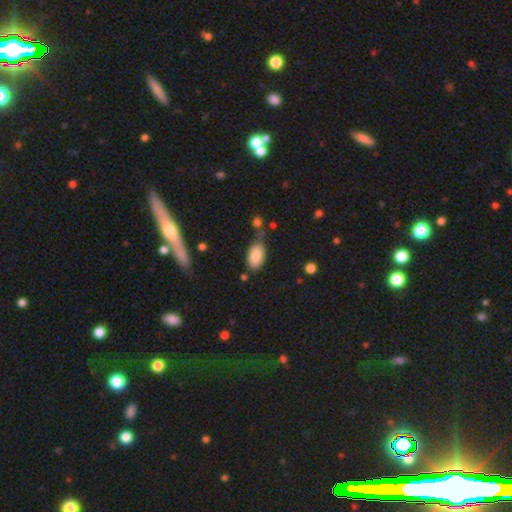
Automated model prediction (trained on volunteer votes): smooth-or-featured: smooth: 85% | featured or disk: 8% | star or artifact: 7%
  how-rounded: in between: 93% | round: 4% | cigar-shaped: 2%
  merging: none: 56% | minor disturbance: 24% | merger: 13% | major disturbance: 7%